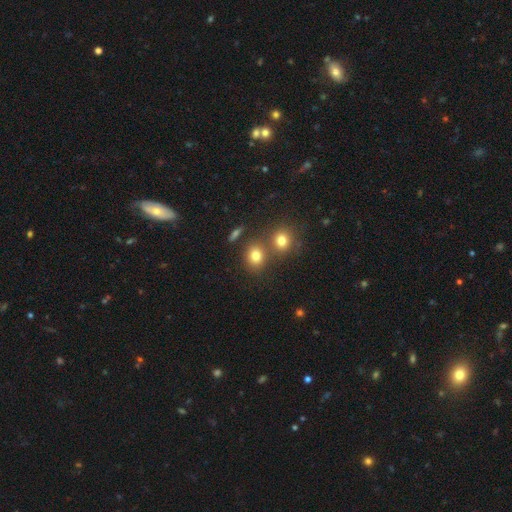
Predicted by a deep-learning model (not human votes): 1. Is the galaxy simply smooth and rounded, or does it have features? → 78% smooth, 13% star or artifact, 8% featured or disk.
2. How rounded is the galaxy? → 64% round, 34% in between, 1% cigar-shaped.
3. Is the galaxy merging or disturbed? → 63% none, 24% merger, 10% minor disturbance, 4% major disturbance.